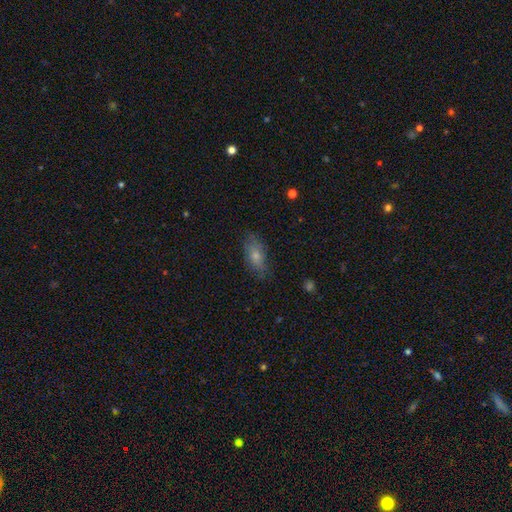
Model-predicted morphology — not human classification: Q: Smooth or featured?
A: smooth (61%); runner-up: featured or disk (25%)
Q: How rounded?
A: in between (74%); runner-up: cigar-shaped (20%)
Q: Merging?
A: none (80%); runner-up: minor disturbance (15%)